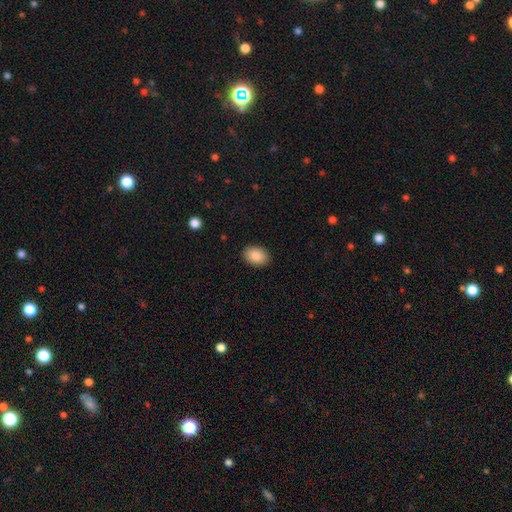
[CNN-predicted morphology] Q: Smooth or featured?
A: smooth (87%); runner-up: star or artifact (7%)
Q: How rounded?
A: in between (79%); runner-up: round (20%)
Q: Merging?
A: none (90%); runner-up: minor disturbance (7%)